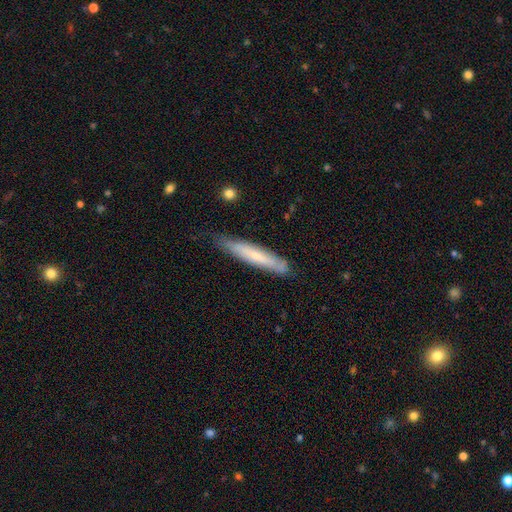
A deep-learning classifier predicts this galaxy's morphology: Overall: smooth (55%; featured or disk 39%). How rounded: cigar-shaped (90%). Merging: none (72%).